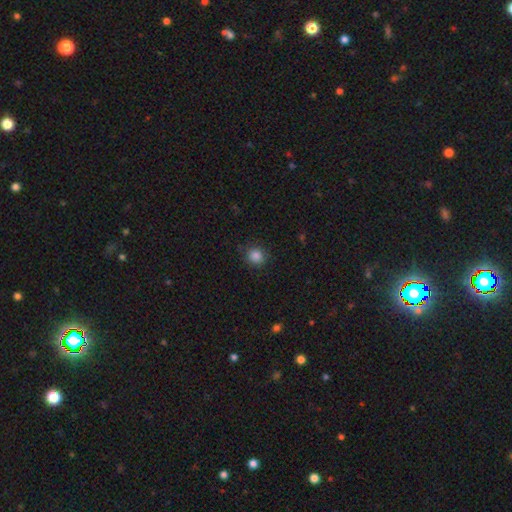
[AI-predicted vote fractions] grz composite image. It shows a smooth galaxy with no disk features (85%) that is round (86%). Merging: none (86%).